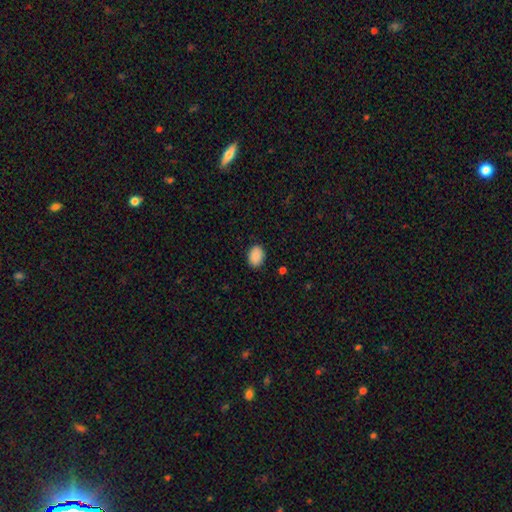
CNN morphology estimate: Smooth or featured? Predicted: smooth (p=0.90). How rounded? Predicted: in between (p=0.75). Merging? Predicted: none (p=0.88).